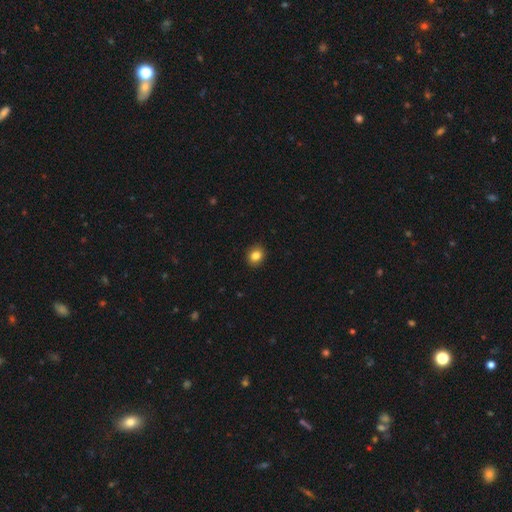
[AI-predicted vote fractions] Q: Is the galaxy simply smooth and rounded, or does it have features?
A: smooth — 84%.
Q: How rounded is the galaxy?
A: round — 68%.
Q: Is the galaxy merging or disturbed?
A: none — 91%.